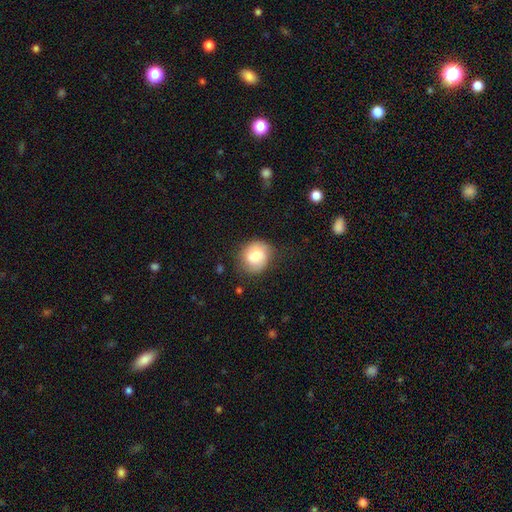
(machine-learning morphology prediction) Smooth or featured? Predicted: smooth (p=0.68). How rounded? Predicted: round (p=0.78). Merging? Predicted: none (p=0.69).